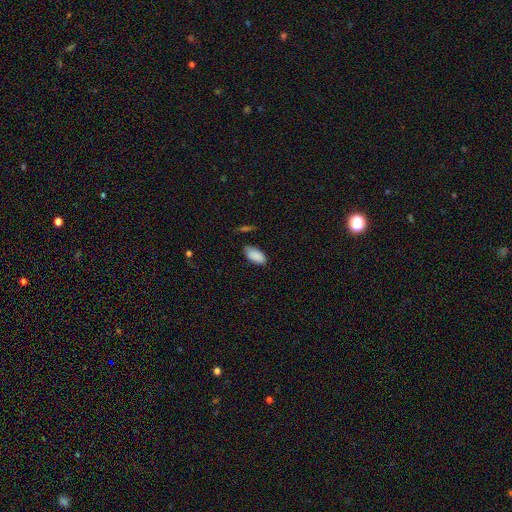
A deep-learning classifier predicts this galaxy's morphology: The model was most divided on "merging": none: 74%, minor disturbance: 19%, major disturbance: 4%, merger: 3%. More confident: how rounded — in between (92%); smooth or featured — smooth (88%).